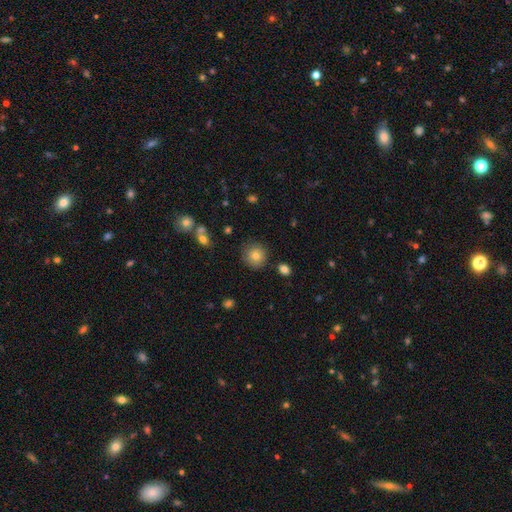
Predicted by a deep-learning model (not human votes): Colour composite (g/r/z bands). It shows a smooth galaxy with no disk features (79%) that is round (92%). Merging: none (87%).